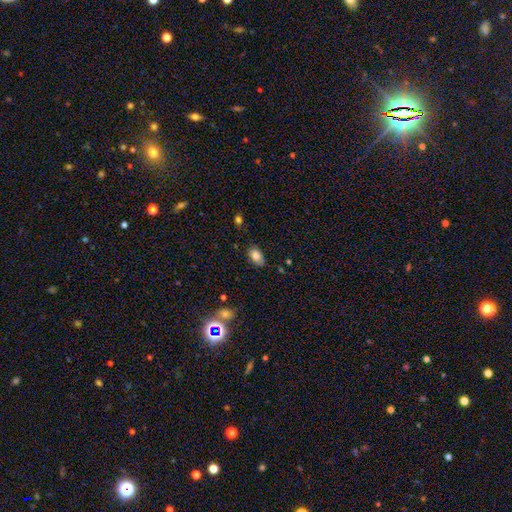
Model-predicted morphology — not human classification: type=smooth (82%); roundness=in between (89%); merging=none (76%).